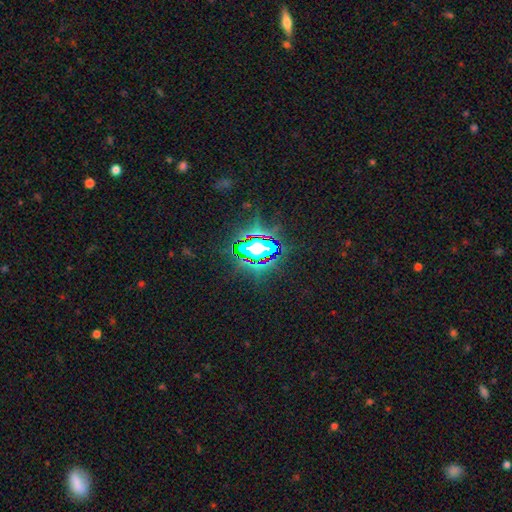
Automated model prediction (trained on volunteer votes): Smooth or featured?
  - star or artifact: 81% *
  - smooth: 10%
  - featured or disk: 8%